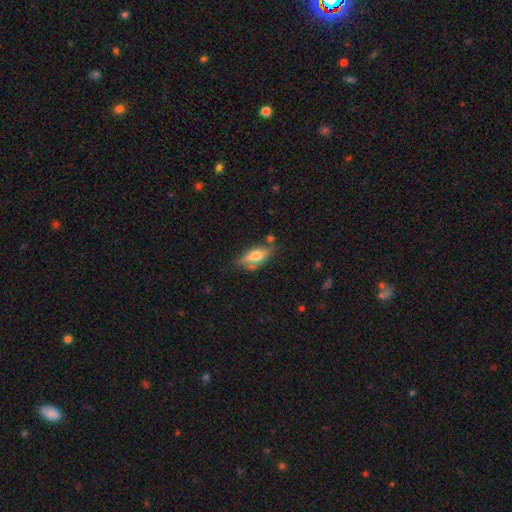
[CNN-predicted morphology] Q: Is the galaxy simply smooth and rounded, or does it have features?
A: smooth — 57%.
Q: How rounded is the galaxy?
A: in between — 70%.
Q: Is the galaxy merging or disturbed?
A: none — 60%.